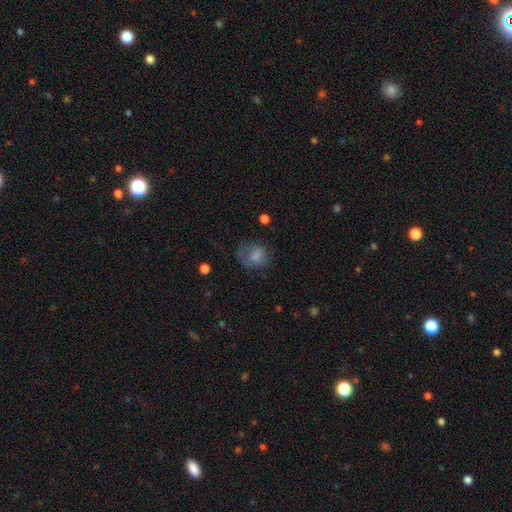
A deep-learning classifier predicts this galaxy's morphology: Smooth or featured? smooth (70%)
How rounded? round (57%)
Merging? none (45%)